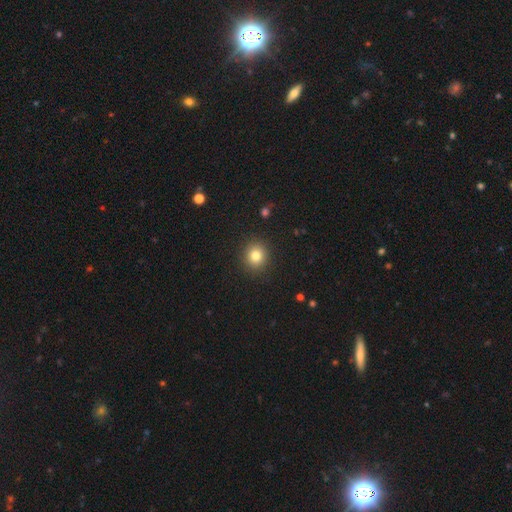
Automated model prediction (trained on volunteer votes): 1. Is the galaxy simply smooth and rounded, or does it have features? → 81% smooth, 12% star or artifact, 7% featured or disk.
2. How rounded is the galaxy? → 86% round, 13% in between, 1% cigar-shaped.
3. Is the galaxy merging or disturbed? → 91% none, 6% minor disturbance, 2% major disturbance, 1% merger.